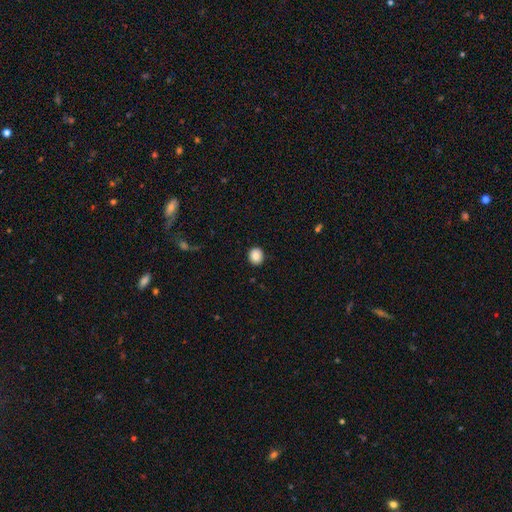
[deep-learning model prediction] Smooth or featured?
  - smooth: 86% *
  - star or artifact: 9%
  - featured or disk: 6%
How rounded?
  - round: 79% *
  - in between: 21%
  - cigar-shaped: 1%
Merging?
  - none: 91% *
  - minor disturbance: 6%
  - major disturbance: 2%
  - merger: 1%